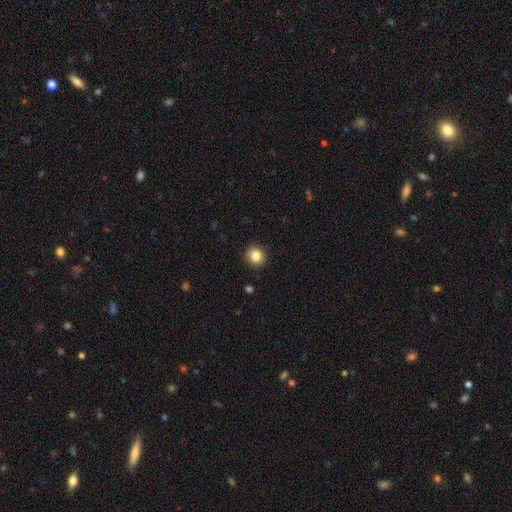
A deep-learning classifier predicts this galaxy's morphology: smooth 84%, star or artifact 10%, featured or disk 6%. Down the decision tree: how rounded — round (89%); merging — none (92%).